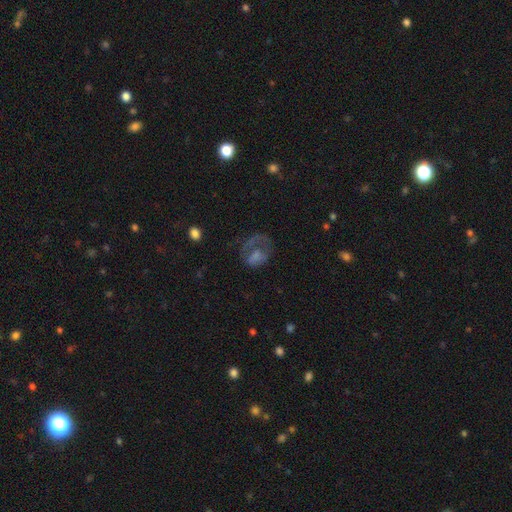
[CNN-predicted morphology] This is possibly a featured or disk galaxy (49%). Merging: marginally major disturbance (40%, tied with none).